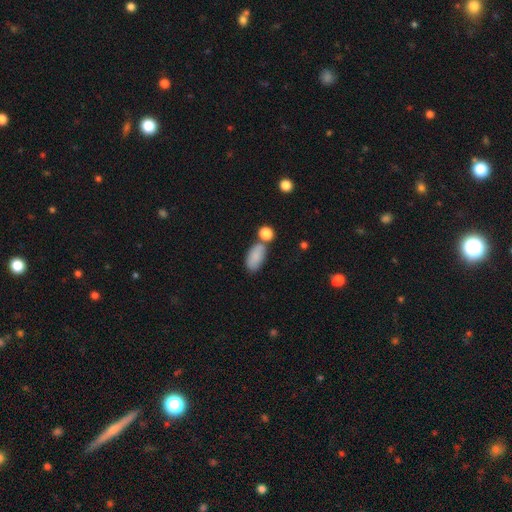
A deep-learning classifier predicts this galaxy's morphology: smooth_or_featured: smooth (p=0.84) [alt: star or artifact p=0.08]
how_rounded: in between (p=0.91) [alt: cigar-shaped p=0.05]
merging: none (p=0.57) [alt: merger p=0.21]